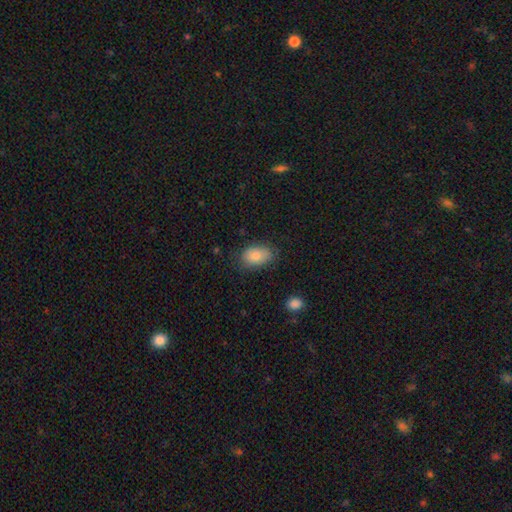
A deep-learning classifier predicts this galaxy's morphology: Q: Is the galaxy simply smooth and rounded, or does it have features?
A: smooth — 85%.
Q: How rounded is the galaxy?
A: in between — 88%.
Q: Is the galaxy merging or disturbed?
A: none — 75%.